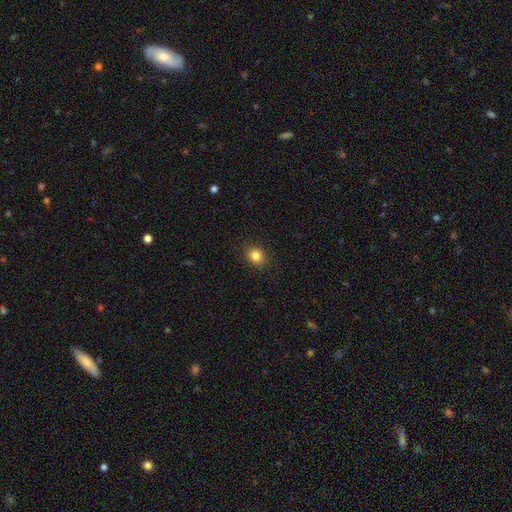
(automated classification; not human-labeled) smooth 84%, star or artifact 11%, featured or disk 5%. Down the decision tree: how rounded — round (70%); merging — none (89%).